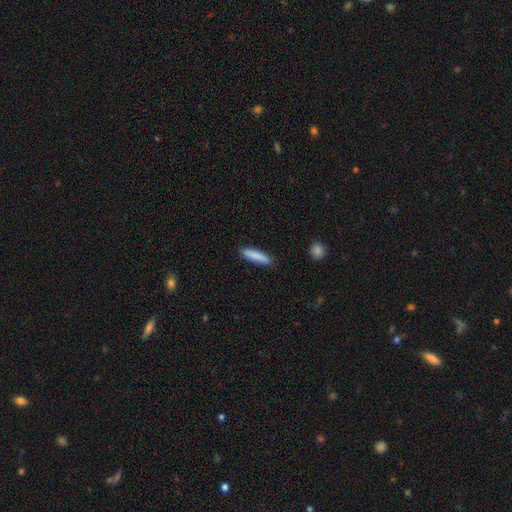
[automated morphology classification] Smooth or featured? smooth (86%)
How rounded? cigar-shaped (80%)
Merging? none (88%)